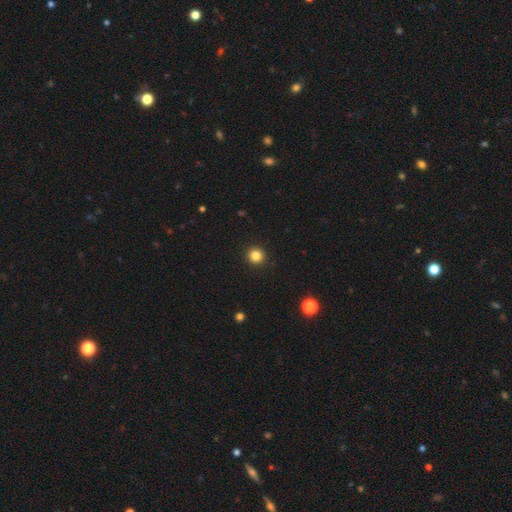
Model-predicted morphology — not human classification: Smooth or featured? smooth (84%)
How rounded? round (95%)
Merging? none (93%)